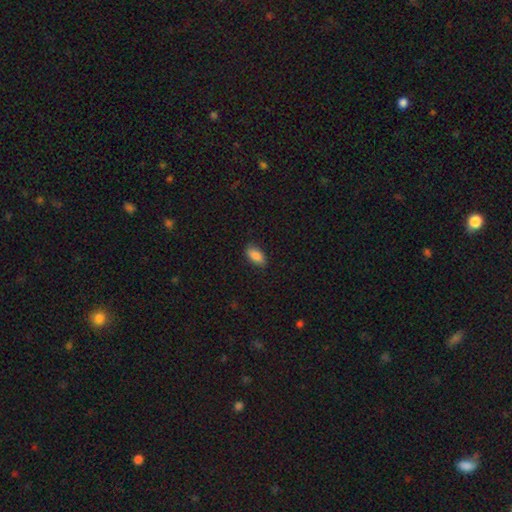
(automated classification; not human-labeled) Q: Smooth or featured?
A: smooth (88%); runner-up: star or artifact (7%)
Q: How rounded?
A: in between (91%); runner-up: cigar-shaped (6%)
Q: Merging?
A: none (83%); runner-up: minor disturbance (13%)